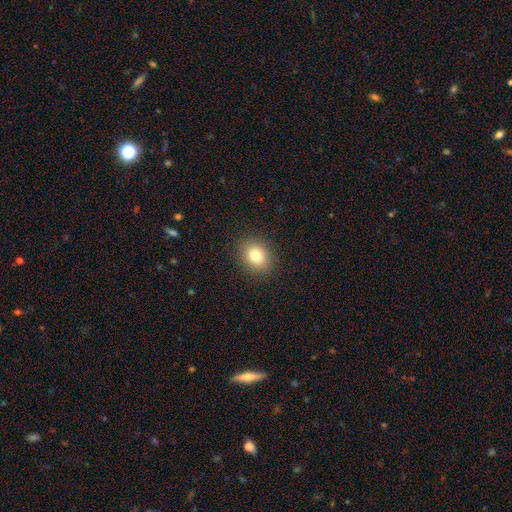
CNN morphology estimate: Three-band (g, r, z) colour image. It shows a smooth galaxy with no disk features (80%) that is round (57%). Merging: none (89%).